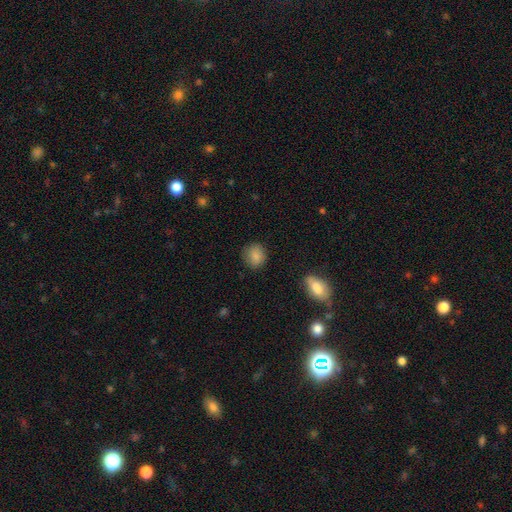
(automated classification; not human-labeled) Smooth or featured? smooth (85%)
How rounded? round (75%)
Merging? none (84%)